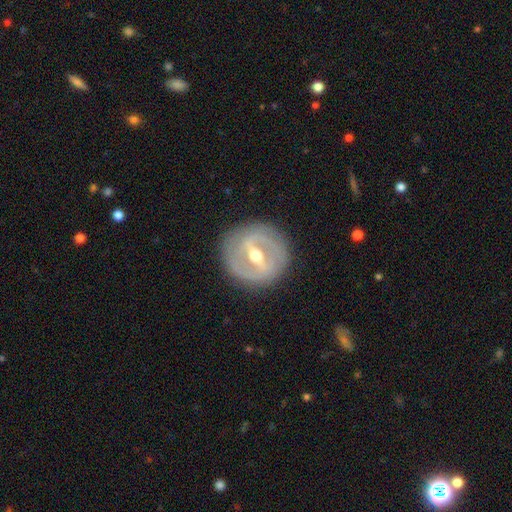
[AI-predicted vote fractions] This appears to be a featured or disk galaxy (81%) with a strong bar (62%), spiral arms (63%) and a moderate central bulge (72%). Merging: none (86%).